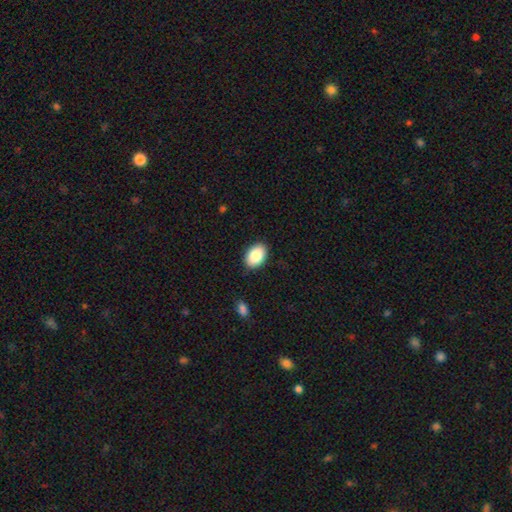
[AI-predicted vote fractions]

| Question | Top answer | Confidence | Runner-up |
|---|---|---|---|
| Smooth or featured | smooth | 86% | featured or disk (7%) |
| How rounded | in between | 88% | round (11%) |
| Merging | none | 88% | minor disturbance (9%) |